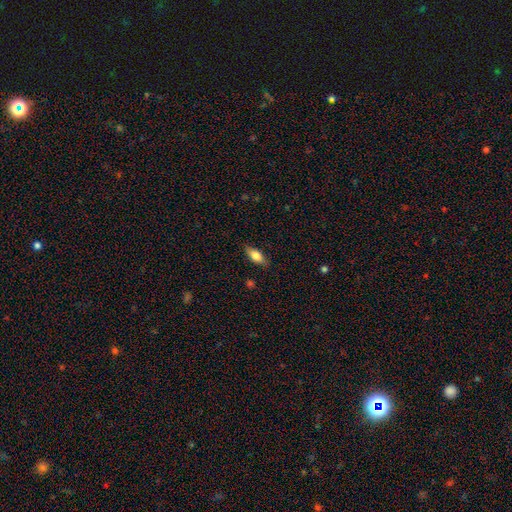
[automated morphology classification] This is likely a smooth galaxy (72%). How rounded: likely in between (75%). Merging: clearly none (84%).